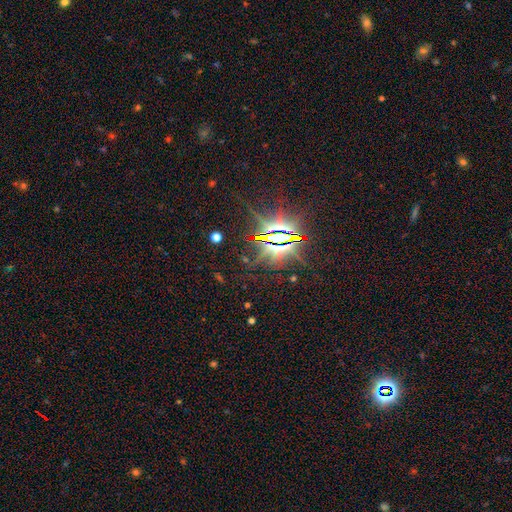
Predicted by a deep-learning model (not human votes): Smooth or featured?
  - star or artifact: 85% *
  - featured or disk: 9%
  - smooth: 6%